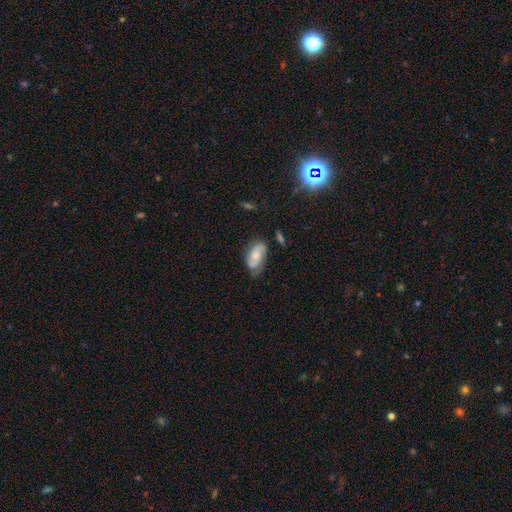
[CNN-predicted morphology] Smooth or featured?
  - smooth: 47% *
  - featured or disk: 46%
  - star or artifact: 7%
Merging?
  - none: 56% *
  - minor disturbance: 31%
  - major disturbance: 10%
  - merger: 3%